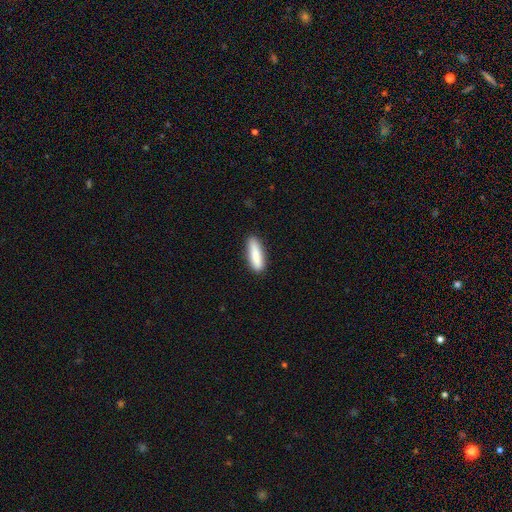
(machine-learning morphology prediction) Overall: smooth (84%). How rounded: cigar-shaped (67%; in between 32%). Merging: none (87%).